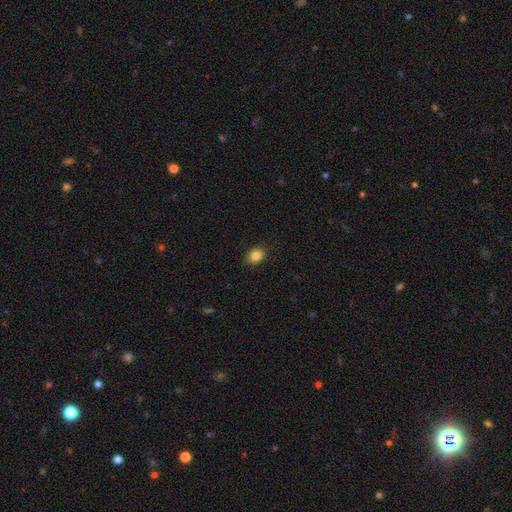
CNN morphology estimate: This appears to be a smooth galaxy with no disk features (85%) that is in between round and cigar-shaped (57%). Merging: none (88%).